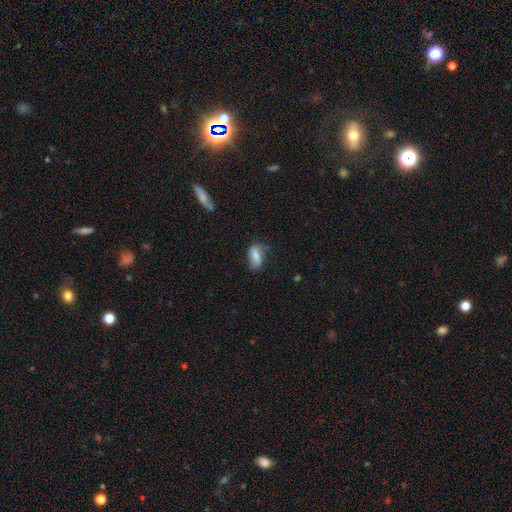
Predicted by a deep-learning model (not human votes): Overall: smooth (60%; featured or disk 32%). How rounded: in between (87%). Merging: none (57%; minor disturbance 30%).